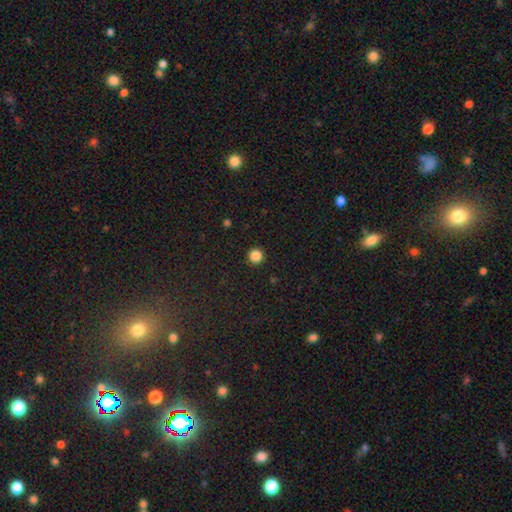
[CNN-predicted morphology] This is clearly a smooth galaxy (85%). How rounded: clearly round (96%). Merging: clearly none (93%).